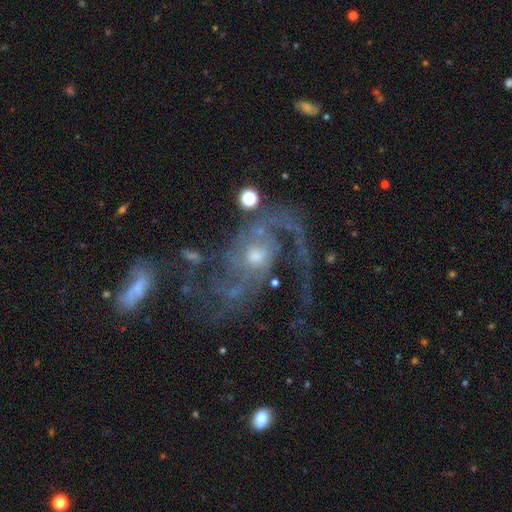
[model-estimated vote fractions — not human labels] A featured or disk galaxy (87%) with no bar (66%), 2 (55%) medium (45%) spiral arms (95%) and a moderate central bulge (47%). Merging: none (47%).